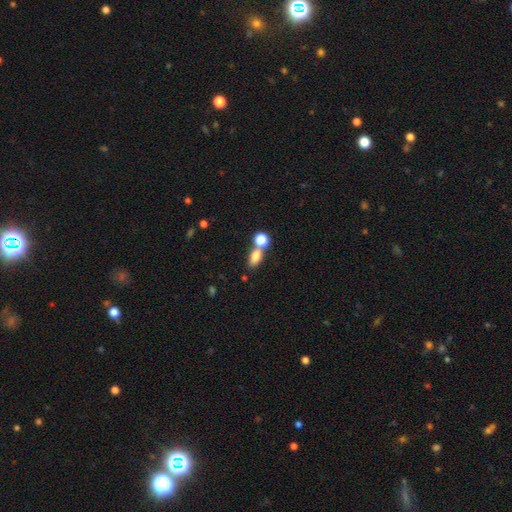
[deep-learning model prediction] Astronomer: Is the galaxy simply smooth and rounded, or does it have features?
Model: smooth — 79%.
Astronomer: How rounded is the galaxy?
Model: in between — 76%.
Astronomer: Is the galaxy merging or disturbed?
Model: none — 45% (runner-up: merger, 41%).